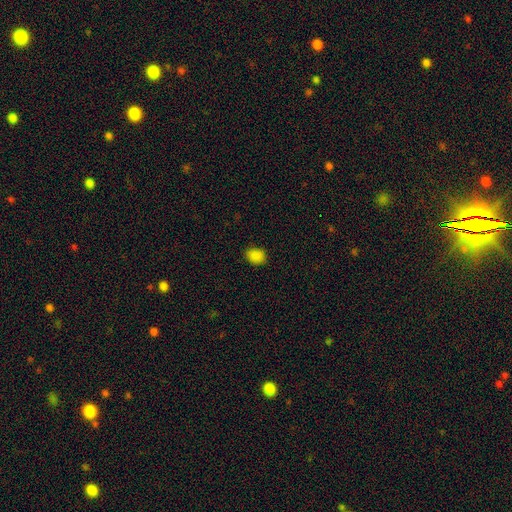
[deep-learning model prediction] smooth 85%, star or artifact 13%, featured or disk 3%. Down the decision tree: how rounded — in between (58%); merging — none (85%).